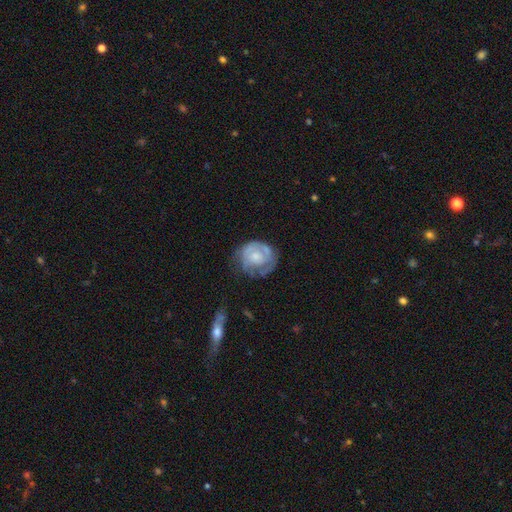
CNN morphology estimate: Smooth or featured? featured or disk (57%)
Edge-on disk? no (97%)
Bar? no (82%)
Spiral arms? yes (58%)
Bulge size? small (44%)
Merging? none (52%)